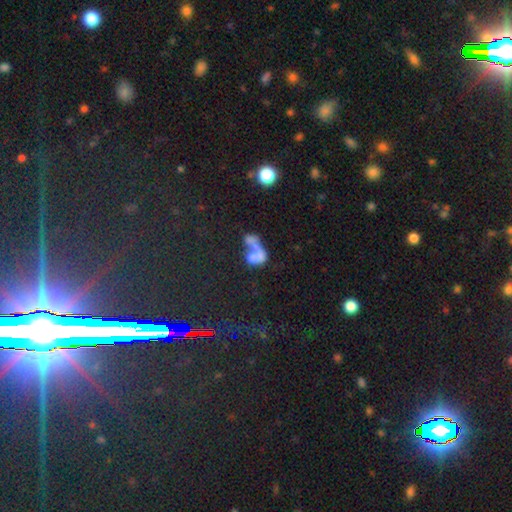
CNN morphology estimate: Q: Smooth or featured?
A: smooth (50%); runner-up: featured or disk (34%)
Q: Merging?
A: merger (62%); runner-up: major disturbance (16%)